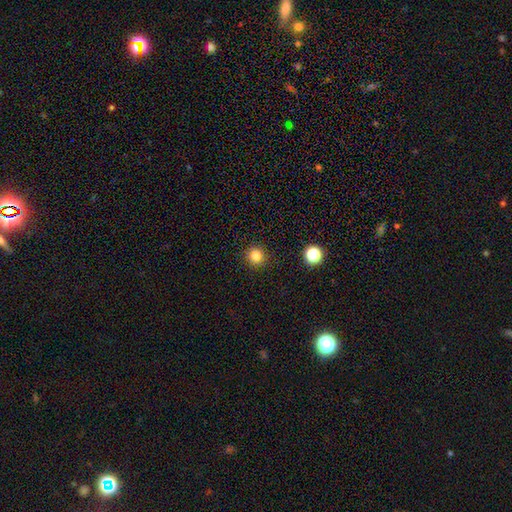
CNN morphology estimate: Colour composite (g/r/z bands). It shows a smooth galaxy with no disk features (82%) that is round (94%). Merging: none (91%).